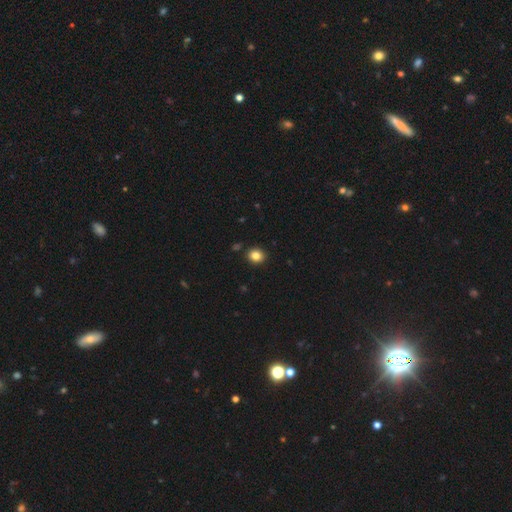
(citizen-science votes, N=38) This is clearly a smooth galaxy (97%). How rounded: clearly round (86%). Merging: clearly none (89%).